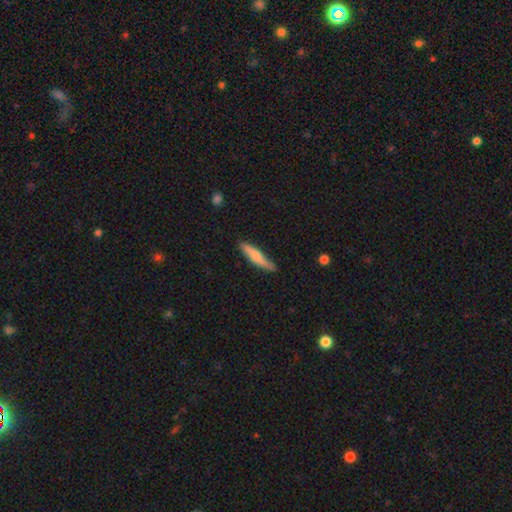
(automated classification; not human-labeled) smooth 63%, featured or disk 31%, star or artifact 5%. Down the decision tree: how rounded — cigar-shaped (86%); merging — none (75%).